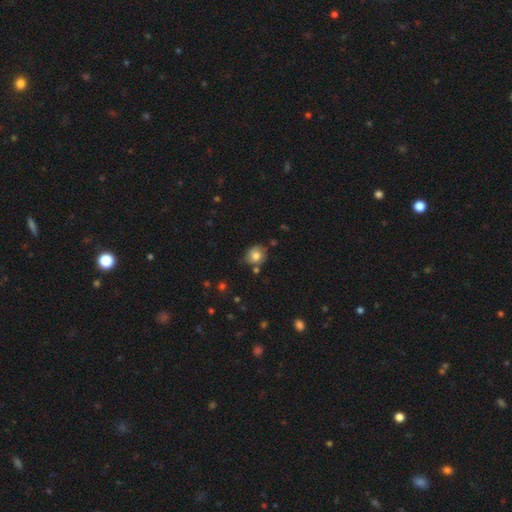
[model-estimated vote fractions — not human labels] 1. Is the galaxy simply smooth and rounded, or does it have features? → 76% smooth, 14% featured or disk, 10% star or artifact.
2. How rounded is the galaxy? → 71% round, 28% in between, 1% cigar-shaped.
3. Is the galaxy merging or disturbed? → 68% none, 21% minor disturbance, 7% merger, 4% major disturbance.